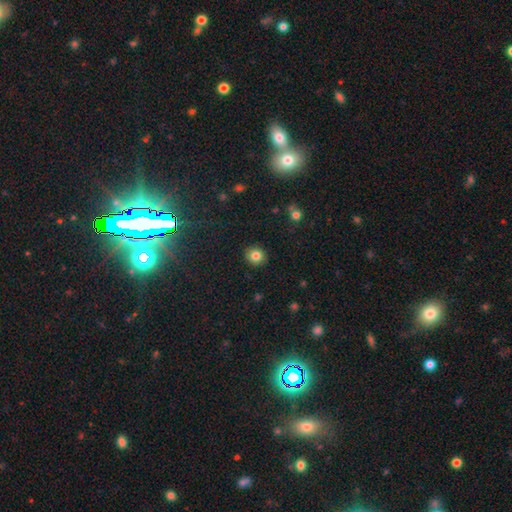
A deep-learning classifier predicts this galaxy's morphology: The model was most divided on "how rounded": round: 85%, in between: 14%, cigar-shaped: 1%. More confident: merging — none (91%); smooth or featured — smooth (83%).